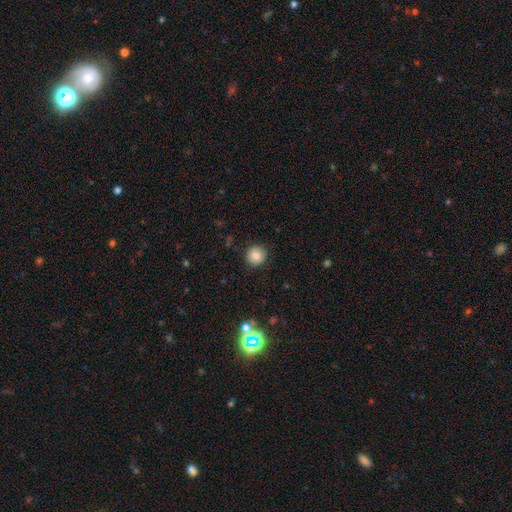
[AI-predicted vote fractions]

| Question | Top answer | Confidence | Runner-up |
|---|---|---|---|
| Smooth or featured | smooth | 81% | star or artifact (11%) |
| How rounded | round | 95% | in between (4%) |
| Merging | none | 90% | minor disturbance (7%) |